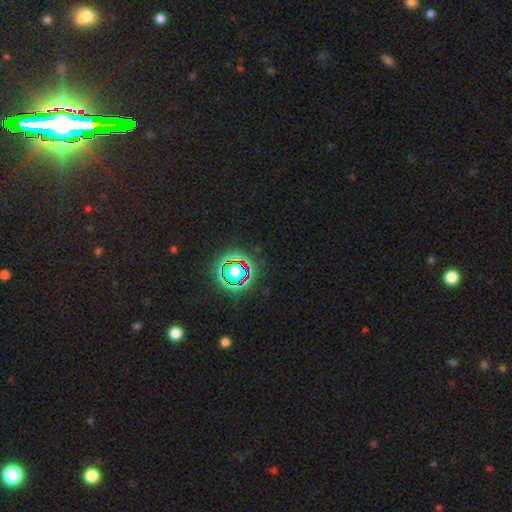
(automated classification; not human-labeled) smooth_or_featured: star or artifact (p=0.82) [alt: smooth p=0.10]